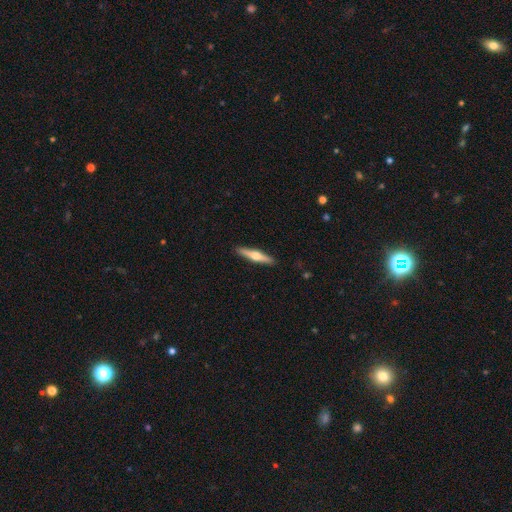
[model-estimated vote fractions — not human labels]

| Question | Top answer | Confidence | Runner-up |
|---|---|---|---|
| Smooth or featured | featured or disk | 56% | smooth (39%) |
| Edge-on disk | yes | 96% | no (4%) |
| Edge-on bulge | rounded | 93% | none (4%) |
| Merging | none | 91% | minor disturbance (6%) |